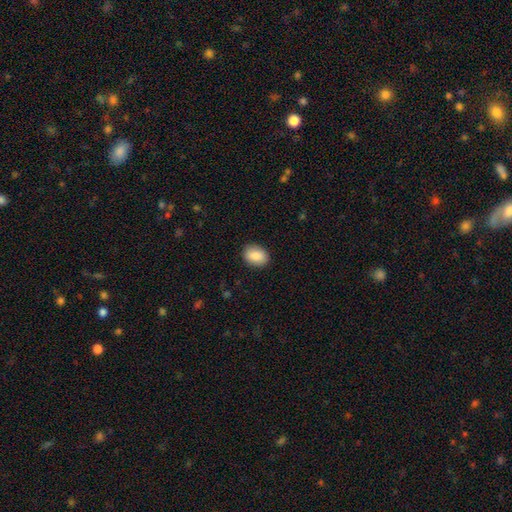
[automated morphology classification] This is clearly a smooth galaxy (88%). How rounded: likely in between (76%). Merging: clearly none (89%).